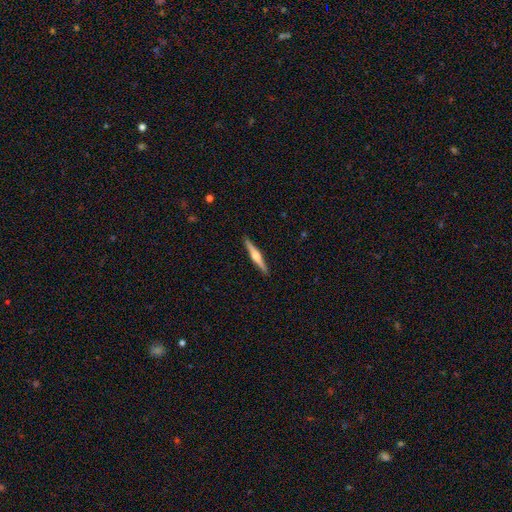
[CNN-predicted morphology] A featured or disk galaxy (71%) viewed edge-on (98%) with a rounded central bulge (92%).

Vote fractions:
- Smooth or featured? featured or disk: 71% / smooth: 24% / star or artifact: 5%
- Edge-on disk? yes: 98% / no: 2%
- Edge-on bulge? rounded: 92% / boxy: 5% / none: 3%
- Merging? none: 92% / minor disturbance: 6% / major disturbance: 1% / merger: 1%